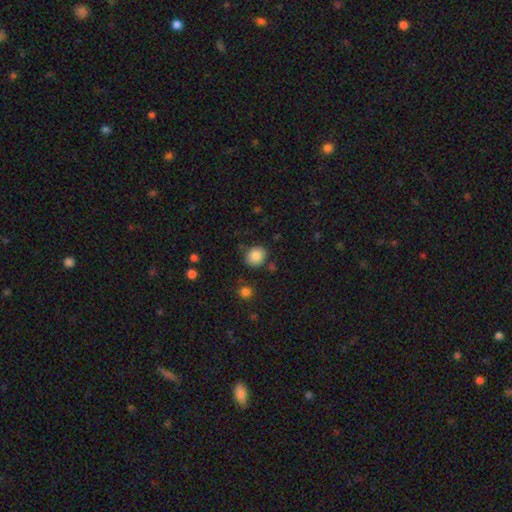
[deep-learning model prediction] Smooth or featured?
  - smooth: 85% *
  - star or artifact: 9%
  - featured or disk: 6%
How rounded?
  - round: 81% *
  - in between: 18%
  - cigar-shaped: 1%
Merging?
  - none: 83% *
  - minor disturbance: 11%
  - merger: 4%
  - major disturbance: 3%